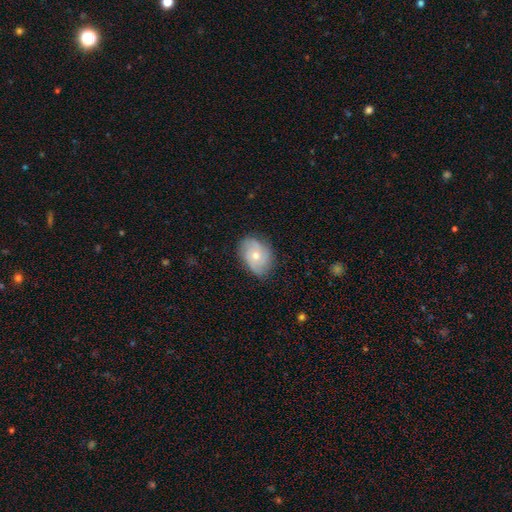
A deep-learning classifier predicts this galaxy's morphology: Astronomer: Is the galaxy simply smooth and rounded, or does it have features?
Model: featured or disk — 60%.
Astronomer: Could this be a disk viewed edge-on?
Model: no — 96%.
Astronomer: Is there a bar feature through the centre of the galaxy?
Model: no — 78%.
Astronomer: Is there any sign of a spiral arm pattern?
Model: yes — 87%.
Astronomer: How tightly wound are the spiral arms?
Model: tight — 47% (runner-up: medium, 39%).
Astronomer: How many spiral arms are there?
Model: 3 — 30% (runner-up: can't tell, 28%).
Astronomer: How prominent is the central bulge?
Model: moderate — 59% (runner-up: small, 37%).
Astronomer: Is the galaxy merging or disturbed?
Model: none — 76%.